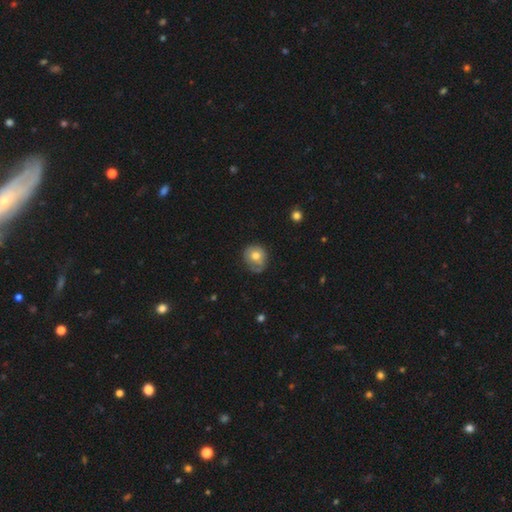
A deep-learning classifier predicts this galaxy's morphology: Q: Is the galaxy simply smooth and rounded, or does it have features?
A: smooth — 68%.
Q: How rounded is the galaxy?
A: round — 75%.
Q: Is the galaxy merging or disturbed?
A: none — 60%.